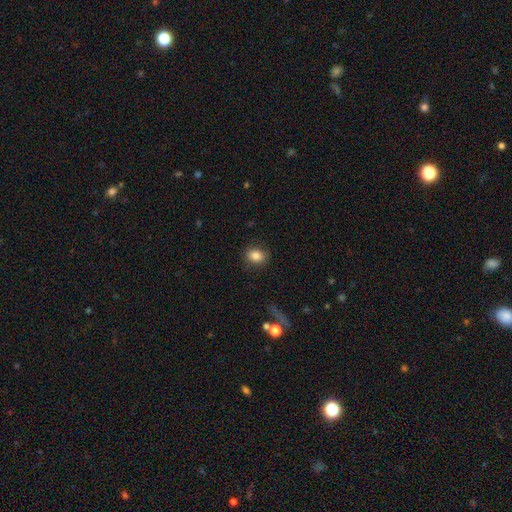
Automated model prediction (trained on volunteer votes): smooth-or-featured: smooth: 84% | star or artifact: 9% | featured or disk: 7%
  how-rounded: in between: 53% | round: 46% | cigar-shaped: 1%
  merging: none: 86% | minor disturbance: 9% | major disturbance: 3% | merger: 1%